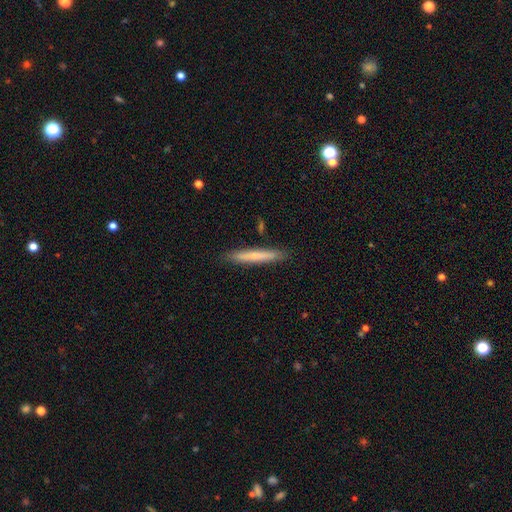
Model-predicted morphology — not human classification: Smooth or featured?
  - smooth: 66% *
  - featured or disk: 28%
  - star or artifact: 6%
How rounded?
  - cigar-shaped: 96% *
  - in between: 3%
  - round: 1%
Merging?
  - none: 89% *
  - minor disturbance: 8%
  - merger: 2%
  - major disturbance: 1%